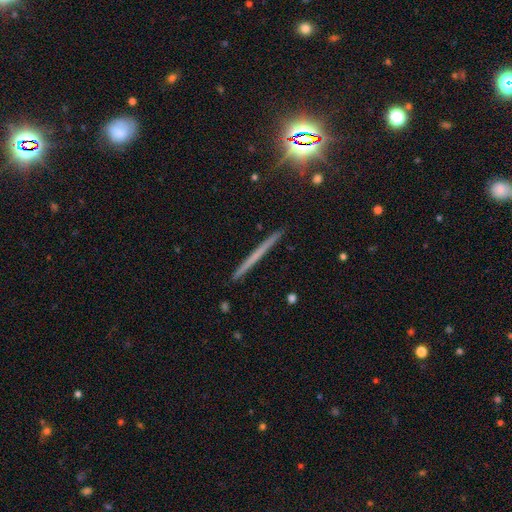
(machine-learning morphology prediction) This is possibly a featured or disk galaxy (46%). Merging: clearly none (91%).